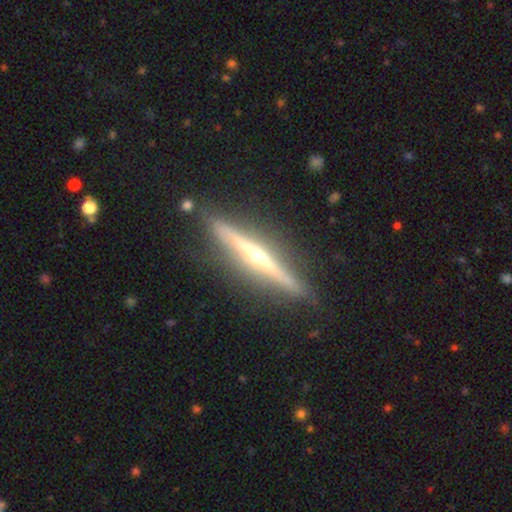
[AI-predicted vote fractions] This is clearly a featured or disk galaxy (84%). It is clearly viewed edge-on (98%). Edge-on bulge: clearly rounded (88%). Merging: clearly none (88%).